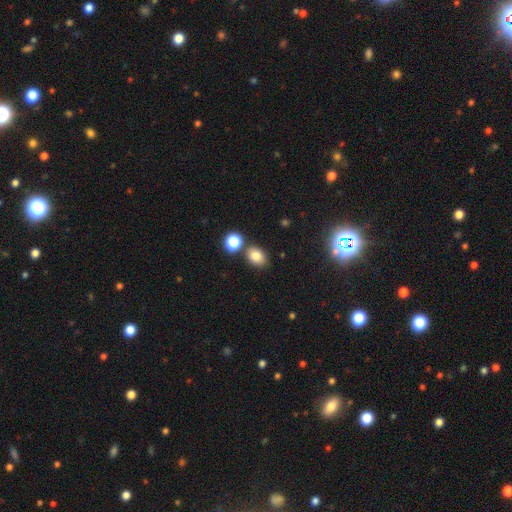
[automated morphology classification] This is clearly a smooth galaxy (80%). How rounded: likely in between (65%). Merging: likely none (72%).